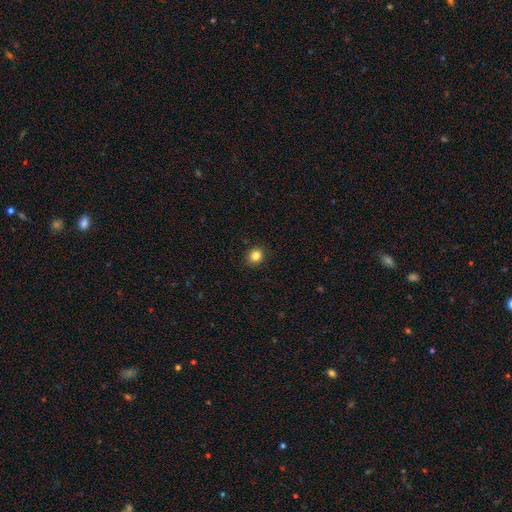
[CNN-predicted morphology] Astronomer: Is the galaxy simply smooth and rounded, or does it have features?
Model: smooth — 83%.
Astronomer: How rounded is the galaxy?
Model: round — 81%.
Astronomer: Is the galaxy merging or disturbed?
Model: none — 91%.